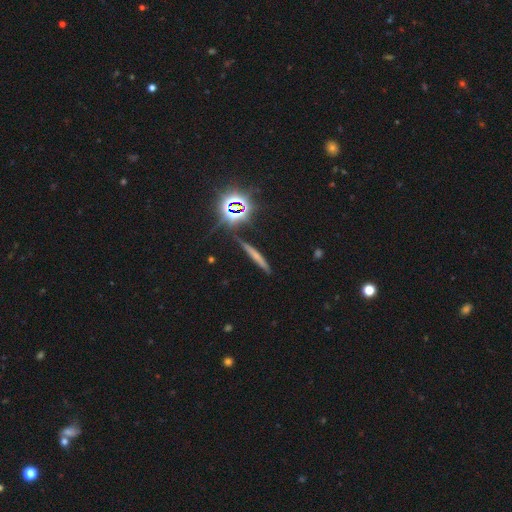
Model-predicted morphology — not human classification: This is possibly a smooth galaxy (46%). Merging: clearly none (83%).